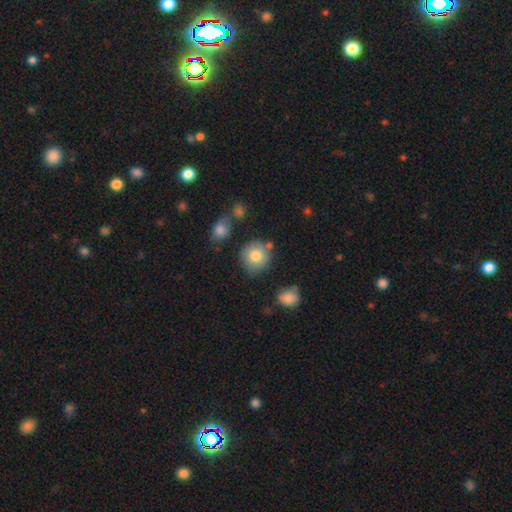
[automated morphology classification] smooth_or_featured: smooth (p=0.78) [alt: featured or disk p=0.13]
how_rounded: round (p=0.88) [alt: in between p=0.11]
merging: none (p=0.72) [alt: minor disturbance p=0.17]